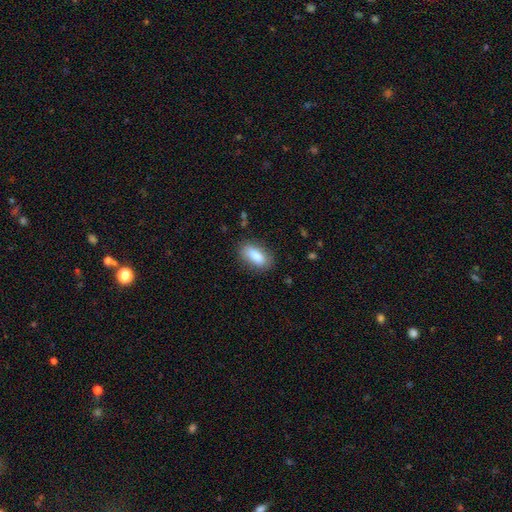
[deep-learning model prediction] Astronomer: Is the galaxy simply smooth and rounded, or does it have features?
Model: smooth — 85%.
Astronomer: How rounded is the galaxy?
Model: in between — 85%.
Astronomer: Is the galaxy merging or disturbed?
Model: none — 82%.